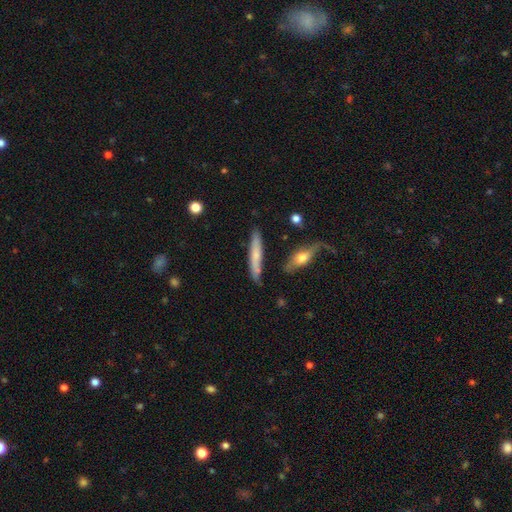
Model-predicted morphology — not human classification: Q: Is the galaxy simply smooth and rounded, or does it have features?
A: smooth — 56%.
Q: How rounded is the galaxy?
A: cigar-shaped — 90%.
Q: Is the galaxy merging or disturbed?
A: none — 75%.